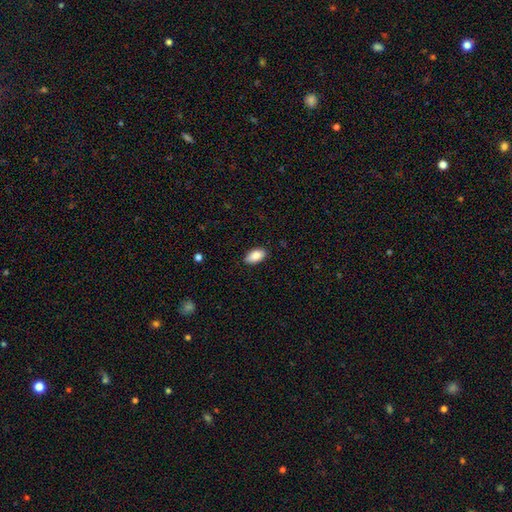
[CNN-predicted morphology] This appears to be a smooth galaxy with no disk features (87%) that is in between round and cigar-shaped (94%). Merging: none (87%).